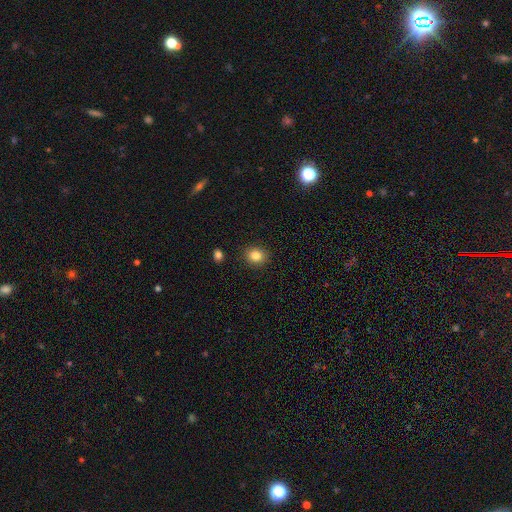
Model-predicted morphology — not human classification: A smooth galaxy with no disk features (85%) that is round (73%).

Vote fractions:
- Smooth or featured? smooth: 85% / star or artifact: 10% / featured or disk: 5%
- How rounded? round: 73% / in between: 26% / cigar-shaped: 1%
- Merging? none: 89% / minor disturbance: 7% / major disturbance: 2% / merger: 2%